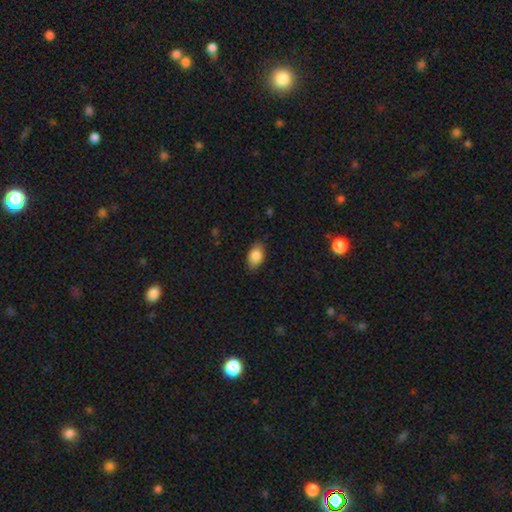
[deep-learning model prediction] The model was most divided on "merging": none: 83%, minor disturbance: 14%, major disturbance: 3%, merger: 1%. More confident: how rounded — in between (89%); smooth or featured — smooth (86%).